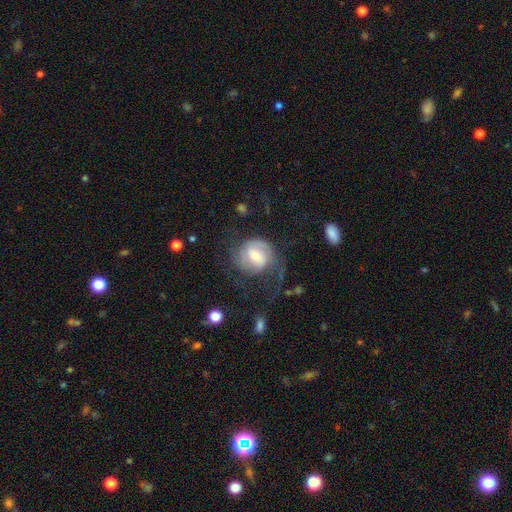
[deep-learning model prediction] Q: Smooth or featured?
A: featured or disk (73%); runner-up: smooth (21%)
Q: Edge-on disk?
A: no (97%); runner-up: yes (3%)
Q: Bar?
A: weak (50%); runner-up: no (33%)
Q: Spiral arms?
A: yes (90%); runner-up: no (10%)
Q: Spiral winding?
A: medium (40%); runner-up: tight (33%)
Q: Spiral arm count?
A: 2 (54%); runner-up: can't tell (20%)
Q: Bulge size?
A: moderate (51%); runner-up: small (40%)
Q: Merging?
A: none (49%); runner-up: major disturbance (32%)